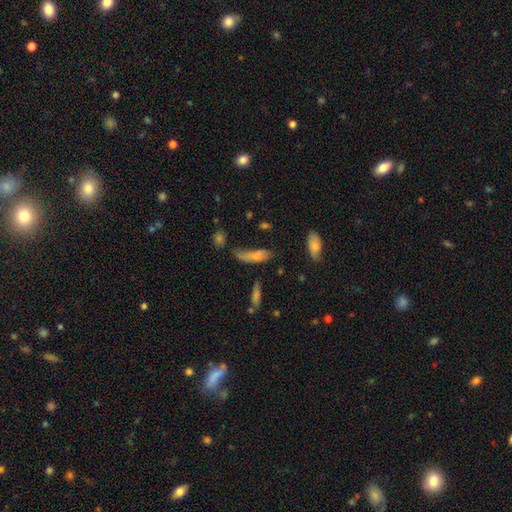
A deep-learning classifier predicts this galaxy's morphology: A smooth galaxy with no disk features (69%) that is in between round and cigar-shaped (55%).

Vote fractions:
- Smooth or featured? smooth: 69% / featured or disk: 21% / star or artifact: 10%
- How rounded? in between: 55% / cigar-shaped: 42% / round: 3%
- Merging? none: 34% / minor disturbance: 30% / major disturbance: 24% / merger: 12%